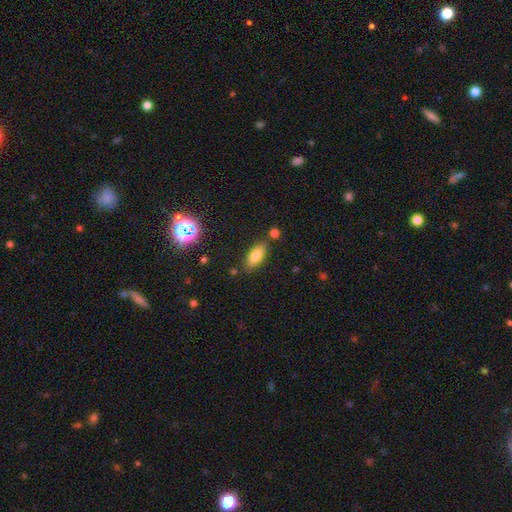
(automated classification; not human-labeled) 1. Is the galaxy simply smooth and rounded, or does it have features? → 77% smooth, 13% featured or disk, 11% star or artifact.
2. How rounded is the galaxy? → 81% in between, 15% cigar-shaped, 4% round.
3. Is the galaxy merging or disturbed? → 79% none, 13% minor disturbance, 5% merger, 3% major disturbance.